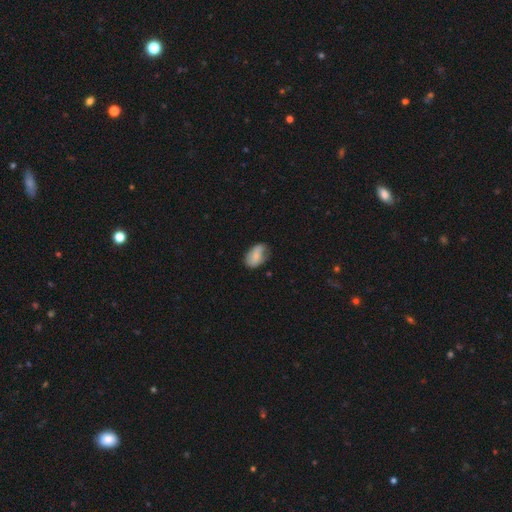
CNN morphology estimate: This is likely a smooth galaxy (78%). How rounded: clearly in between (89%). Merging: possibly none (55%).